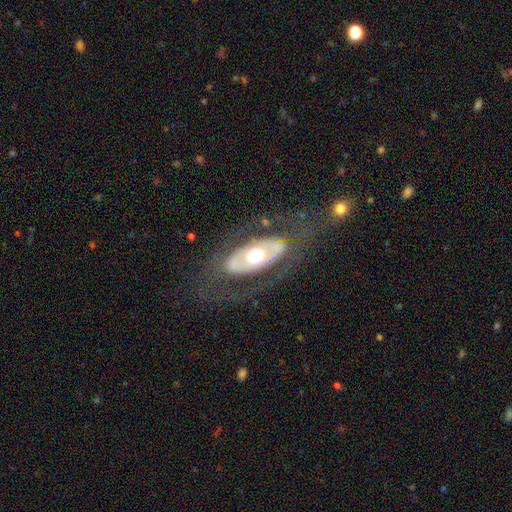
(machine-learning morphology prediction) type=featured or disk (64%); edge-on=no (85%); bar=no (80%); spiral arms=no (65%); bulge=moderate (52%); merging=none (71%).